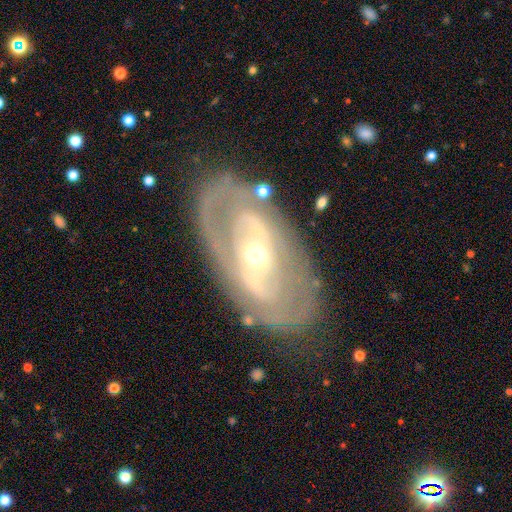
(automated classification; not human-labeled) Smooth or featured? featured or disk (80%)
Edge-on disk? no (92%)
Bar? no (43%)
Spiral arms? yes (63%)
Bulge size? small (50%)
Merging? none (75%)